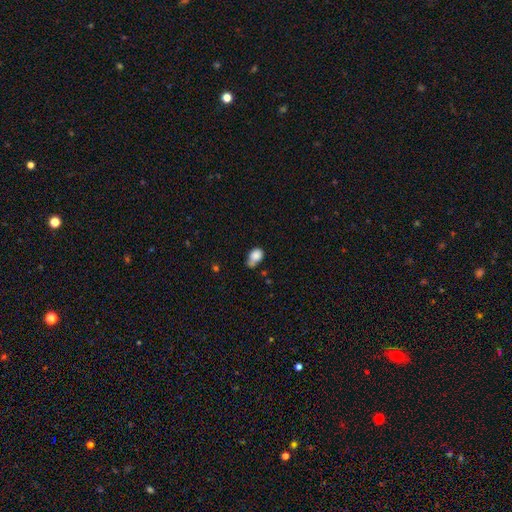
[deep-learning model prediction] This is clearly a smooth galaxy (83%). How rounded: likely in between (75%). Merging: marginally minor disturbance (36%, tied with none).